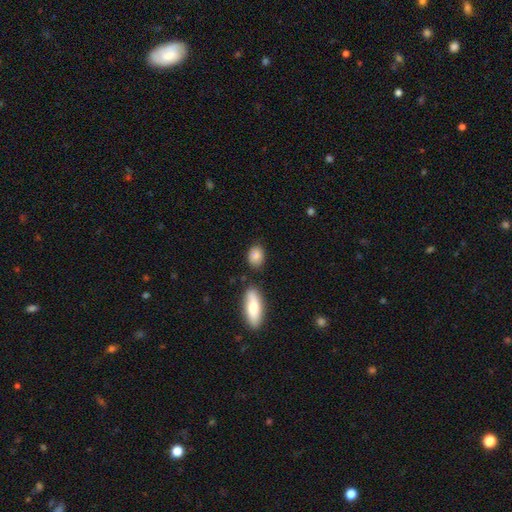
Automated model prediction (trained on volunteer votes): This appears to be a smooth galaxy with no disk features (84%) that is in between round and cigar-shaped (64%). Merging: none (76%).